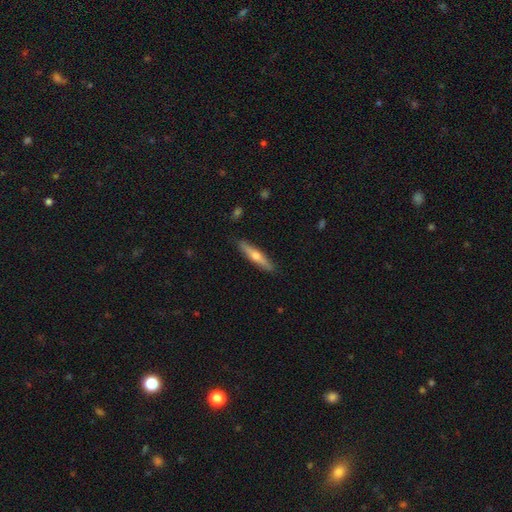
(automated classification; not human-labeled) This is possibly a featured or disk galaxy (52%). It is clearly viewed edge-on (93%). Merging: clearly none (88%).